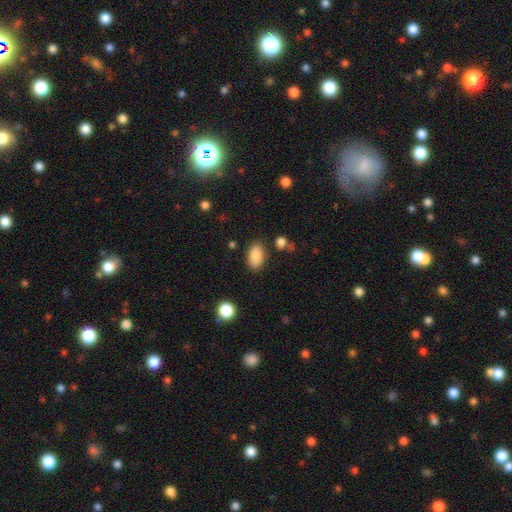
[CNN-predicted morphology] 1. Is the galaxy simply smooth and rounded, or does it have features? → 87% smooth, 8% star or artifact, 5% featured or disk.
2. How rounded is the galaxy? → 92% in between, 6% round, 2% cigar-shaped.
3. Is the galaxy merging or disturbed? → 82% none, 12% minor disturbance, 3% major disturbance, 3% merger.